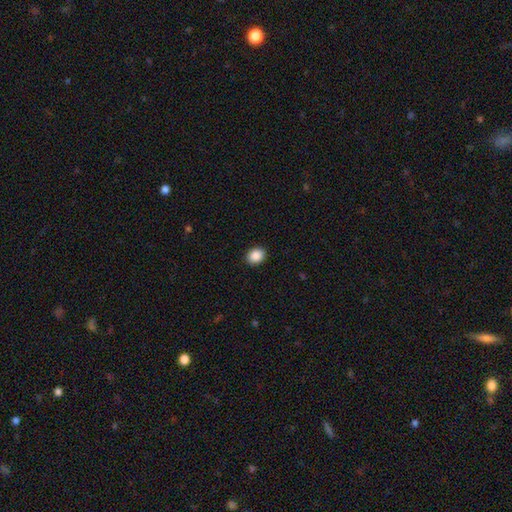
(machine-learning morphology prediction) smooth_or_featured: smooth (p=0.89) [alt: star or artifact p=0.08]
how_rounded: round (p=0.52) [alt: in between p=0.47]
merging: none (p=0.90) [alt: minor disturbance p=0.07]